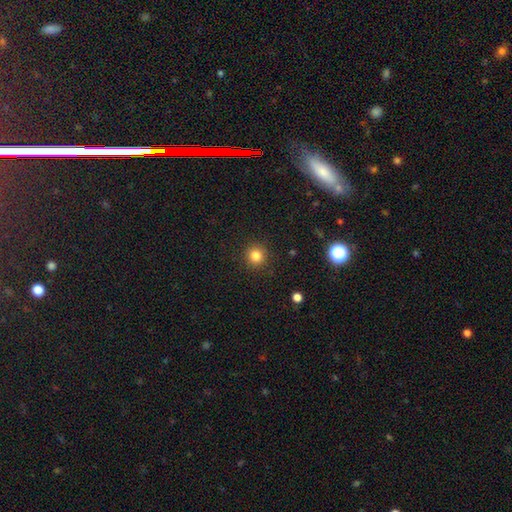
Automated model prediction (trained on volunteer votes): smooth_or_featured: smooth (p=0.83) [alt: star or artifact p=0.12]
how_rounded: round (p=0.94) [alt: in between p=0.05]
merging: none (p=0.91) [alt: minor disturbance p=0.06]